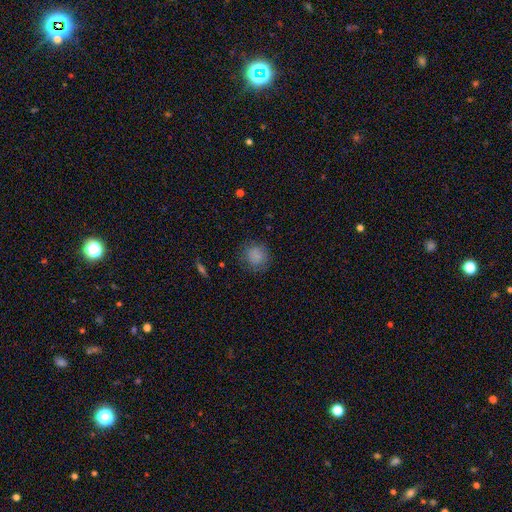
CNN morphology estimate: Smooth or featured?
  - smooth: 83% *
  - star or artifact: 10%
  - featured or disk: 6%
How rounded?
  - round: 84% *
  - in between: 15%
  - cigar-shaped: 1%
Merging?
  - none: 79% *
  - minor disturbance: 14%
  - major disturbance: 5%
  - merger: 1%